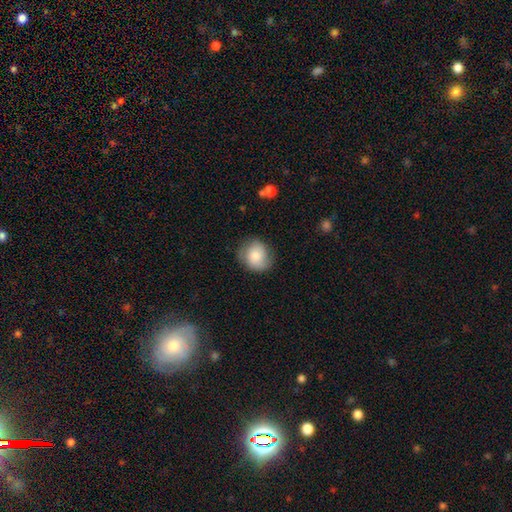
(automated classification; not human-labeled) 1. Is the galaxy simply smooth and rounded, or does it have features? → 70% smooth, 22% featured or disk, 8% star or artifact.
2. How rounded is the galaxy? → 76% round, 23% in between, 1% cigar-shaped.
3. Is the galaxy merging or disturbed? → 72% none, 20% minor disturbance, 6% major disturbance, 1% merger.